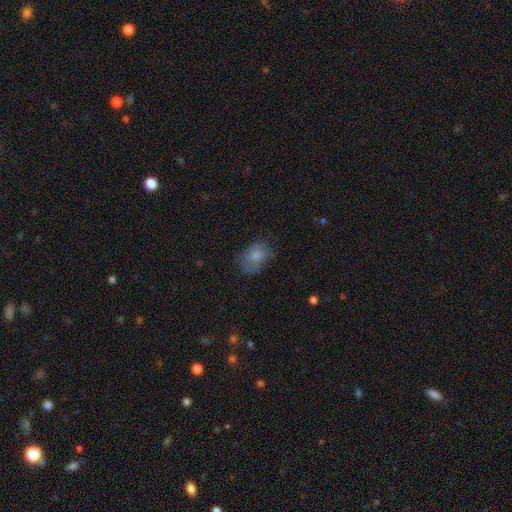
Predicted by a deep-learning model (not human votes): Smooth or featured?
  - smooth: 75% *
  - featured or disk: 16%
  - star or artifact: 9%
How rounded?
  - in between: 80% *
  - round: 19%
  - cigar-shaped: 1%
Merging?
  - none: 63% *
  - minor disturbance: 25%
  - major disturbance: 10%
  - merger: 2%